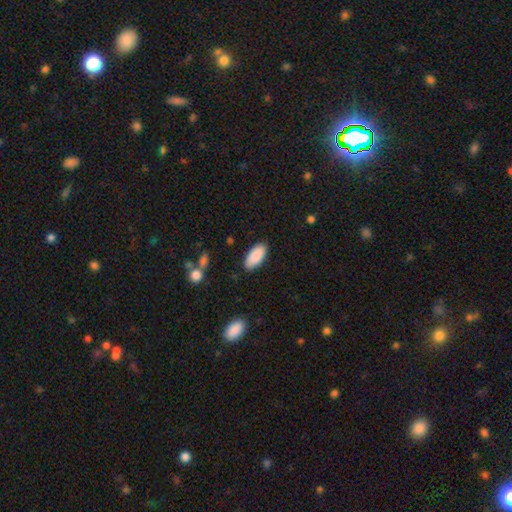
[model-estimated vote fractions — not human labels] Smooth or featured?
  - smooth: 90% *
  - star or artifact: 6%
  - featured or disk: 4%
How rounded?
  - in between: 90% *
  - cigar-shaped: 9%
  - round: 2%
Merging?
  - none: 86% *
  - minor disturbance: 10%
  - major disturbance: 2%
  - merger: 1%